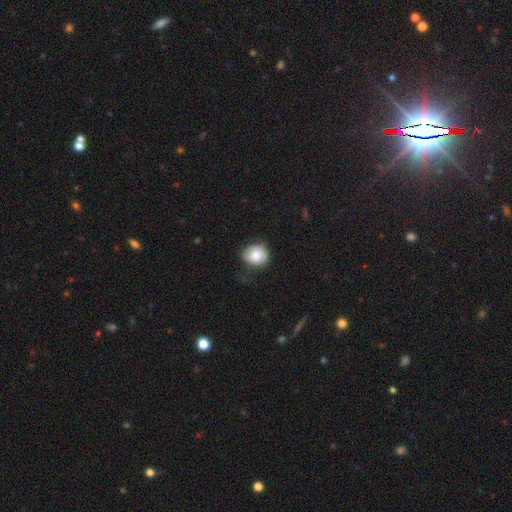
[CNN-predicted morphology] A smooth galaxy with no disk features (81%) that is round (69%). Merging: none (55%).